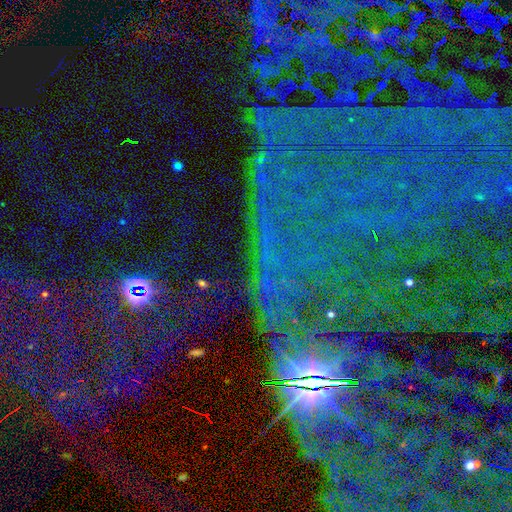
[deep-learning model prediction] Smooth or featured? star or artifact (85%)